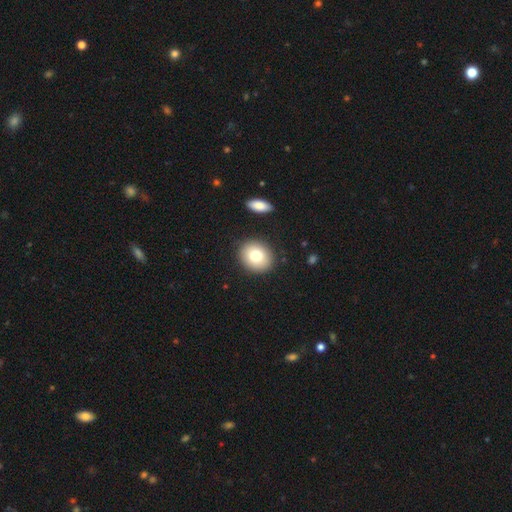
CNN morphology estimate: Smooth or featured?
  - smooth: 78% *
  - featured or disk: 13%
  - star or artifact: 9%
How rounded?
  - round: 64% *
  - in between: 35%
  - cigar-shaped: 1%
Merging?
  - none: 87% *
  - minor disturbance: 8%
  - merger: 3%
  - major disturbance: 2%